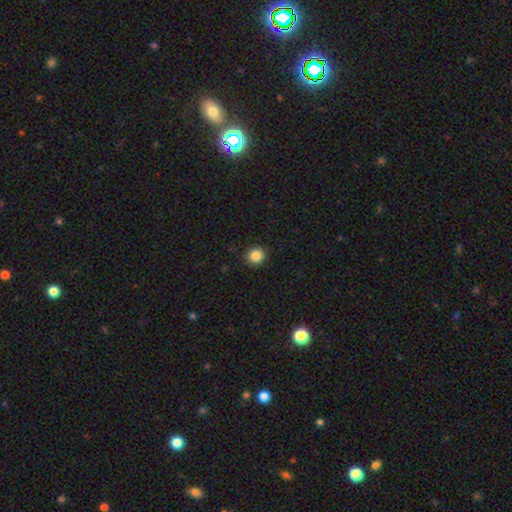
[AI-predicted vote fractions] Smooth or featured? smooth (86%)
How rounded? round (92%)
Merging? none (92%)